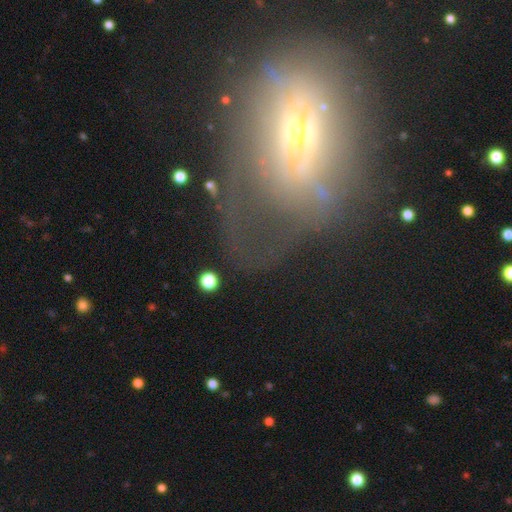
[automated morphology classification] featured or disk 49%, star or artifact 26%, smooth 25%. Down the decision tree: merging — none (46%).